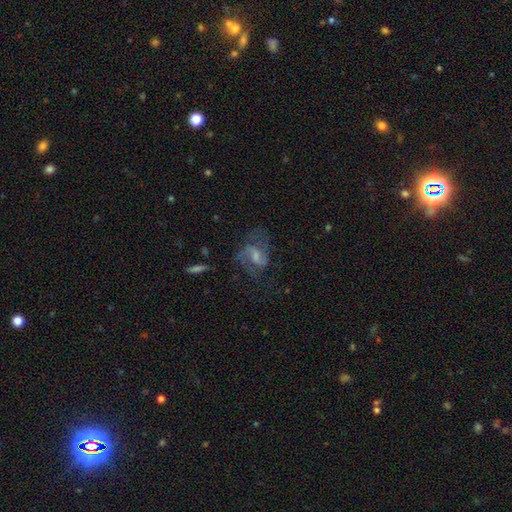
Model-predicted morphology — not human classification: This is likely a featured or disk galaxy (75%). It is clearly not viewed edge-on (96%). Bar: possibly weak (52%). Spiral arm pattern: clearly yes (91%). Spiral arm count: likely 2 (74%). Spiral winding: possibly medium (47%). Central bulge: marginally small (42%). Merging: possibly none (59%).